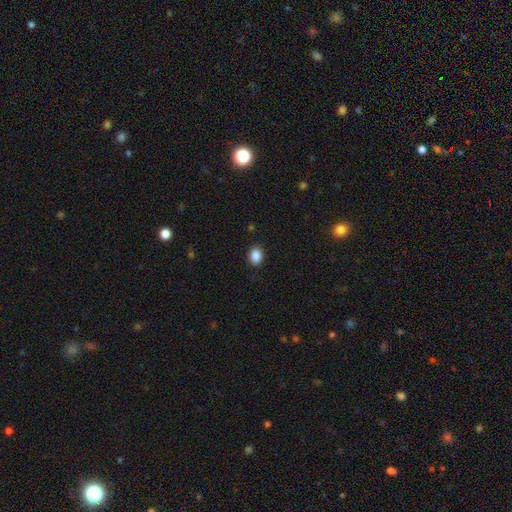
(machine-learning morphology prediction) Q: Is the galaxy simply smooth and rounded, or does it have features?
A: smooth — 88%.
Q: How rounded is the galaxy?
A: in between — 57%.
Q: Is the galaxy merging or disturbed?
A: none — 89%.